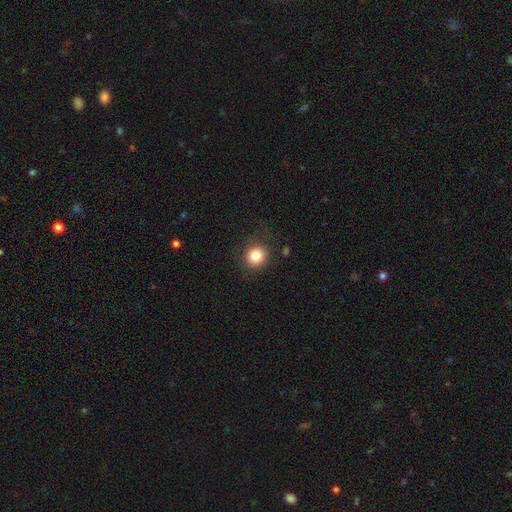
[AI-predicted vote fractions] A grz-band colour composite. It shows a smooth galaxy with no disk features (82%) that is round (87%). Merging: none (86%).